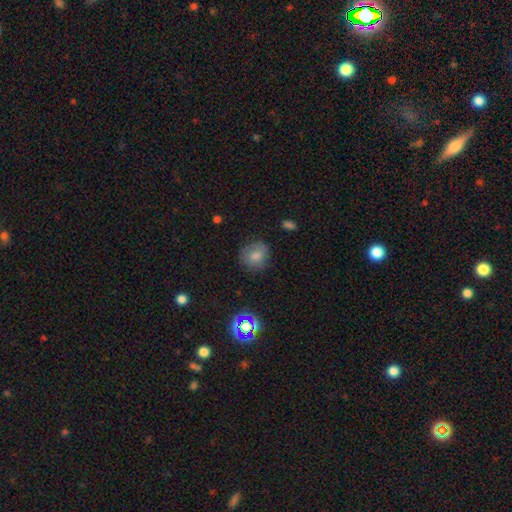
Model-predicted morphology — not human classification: This appears to be a smooth galaxy with no disk features (76%) that is round (77%). Merging: none (75%).